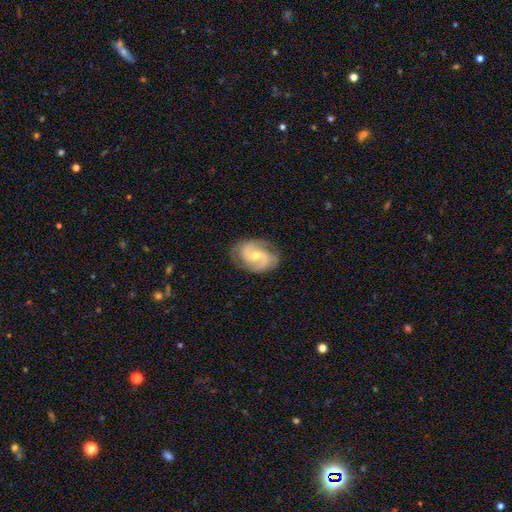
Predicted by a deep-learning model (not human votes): smooth-or-featured: featured or disk: 84% | smooth: 11% | star or artifact: 6%
  disk-edge-on: no: 97% | yes: 3%
    bar: weak: 46% | no: 39% | strong: 15%
    has-spiral-arms: yes: 95% | no: 5%
      spiral-winding: medium: 51% | tight: 28% | loose: 21%
      spiral-arm-count: 2: 89% | can't tell: 5% | 3: 2% | 1: 2% | 4: 1% | more than 4: 1%
    bulge-size: moderate: 58% | small: 38% | large: 2% | none: 1% | dominant: 1%
  merging: none: 80% | minor disturbance: 15% | major disturbance: 4% | merger: 1%